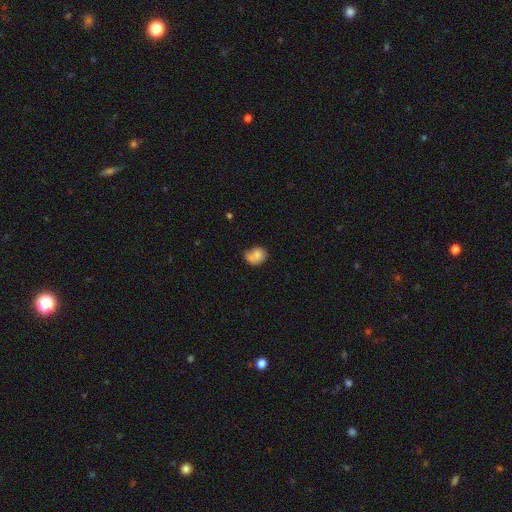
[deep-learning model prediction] The model was most divided on "how rounded": round: 56%, in between: 43%, cigar-shaped: 1%. Remaining: smooth or featured — smooth (76%); merging — none (43%).